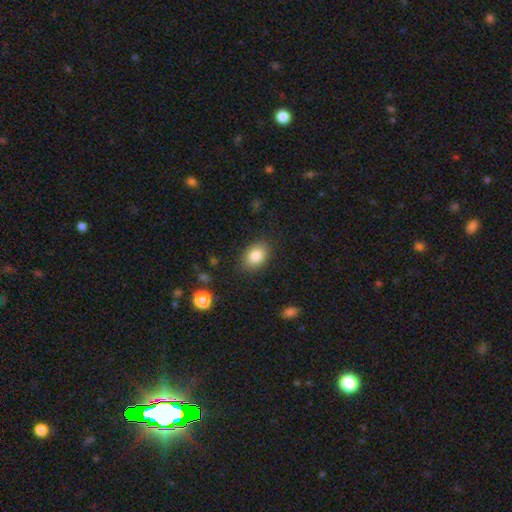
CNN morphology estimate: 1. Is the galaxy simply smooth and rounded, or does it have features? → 84% smooth, 8% star or artifact, 7% featured or disk.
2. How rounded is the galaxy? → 79% in between, 20% round, 1% cigar-shaped.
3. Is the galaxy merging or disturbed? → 84% none, 11% minor disturbance, 3% major disturbance, 1% merger.